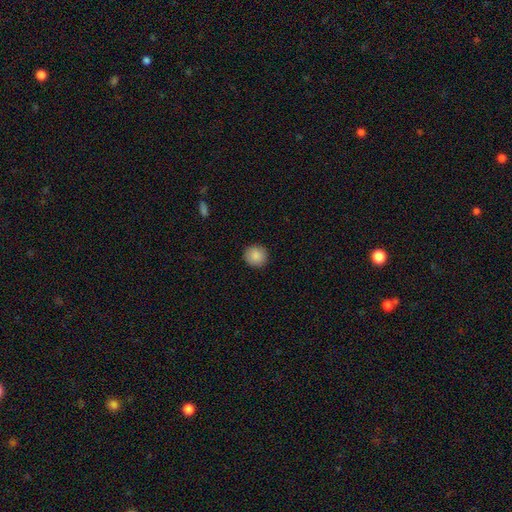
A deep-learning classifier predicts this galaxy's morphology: Q: Smooth or featured?
A: smooth (88%); runner-up: star or artifact (8%)
Q: How rounded?
A: round (91%); runner-up: in between (8%)
Q: Merging?
A: none (91%); runner-up: minor disturbance (6%)